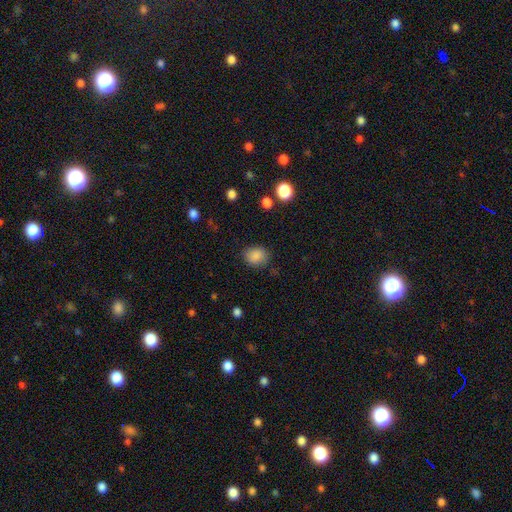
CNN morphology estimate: smooth_or_featured: smooth (p=0.86) [alt: star or artifact p=0.10]
how_rounded: round (p=0.55) [alt: in between p=0.44]
merging: none (p=0.82) [alt: minor disturbance p=0.13]